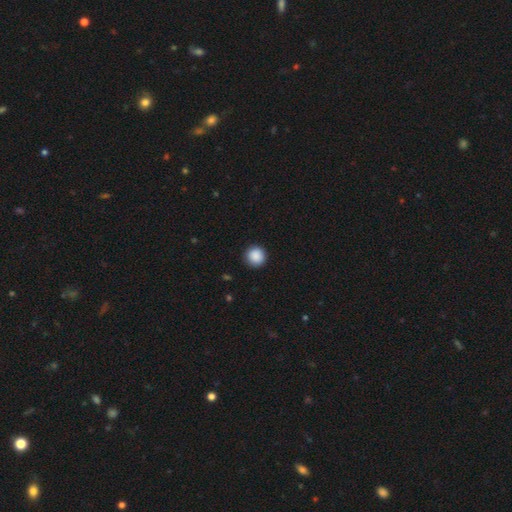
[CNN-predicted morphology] This is clearly a smooth galaxy (89%). How rounded: clearly round (95%). Merging: clearly none (91%).